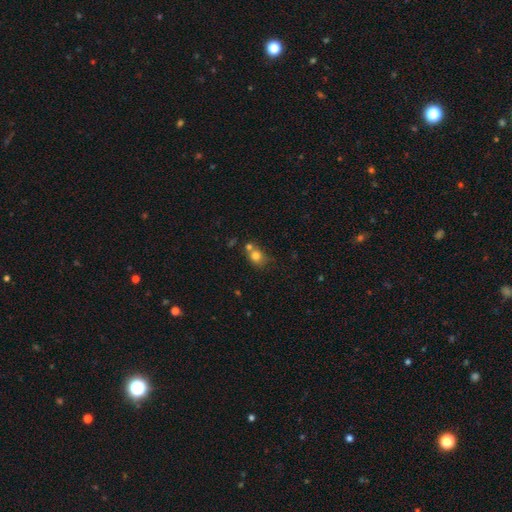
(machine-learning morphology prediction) smooth 78%, star or artifact 11%, featured or disk 11%. Down the decision tree: how rounded — round (69%); merging — none (46%).